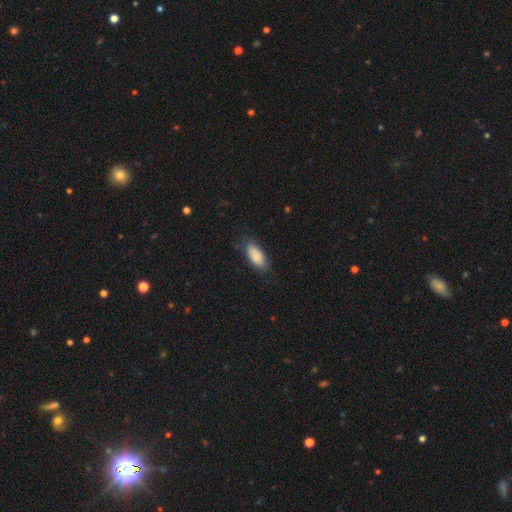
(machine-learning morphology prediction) A smooth galaxy with no disk features (87%) that is in between round and cigar-shaped (85%).

Vote fractions:
- Smooth or featured? smooth: 87% / star or artifact: 6% / featured or disk: 6%
- How rounded? in between: 85% / cigar-shaped: 12% / round: 2%
- Merging? none: 74% / minor disturbance: 19% / major disturbance: 6% / merger: 1%